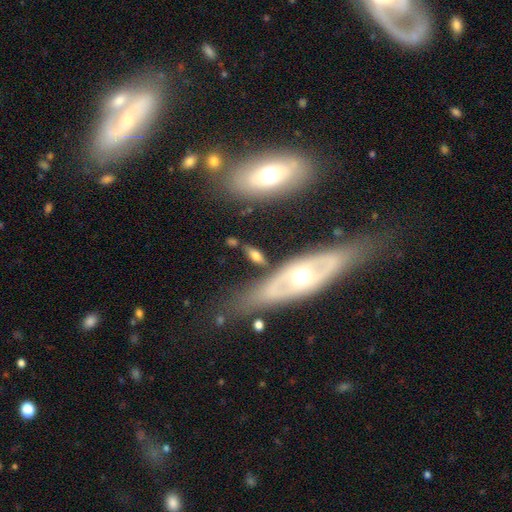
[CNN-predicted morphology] smooth-or-featured: smooth: 55% | featured or disk: 38% | star or artifact: 8%
  how-rounded: in between: 71% | cigar-shaped: 22% | round: 8%
  merging: none: 70% | minor disturbance: 16% | merger: 9% | major disturbance: 6%